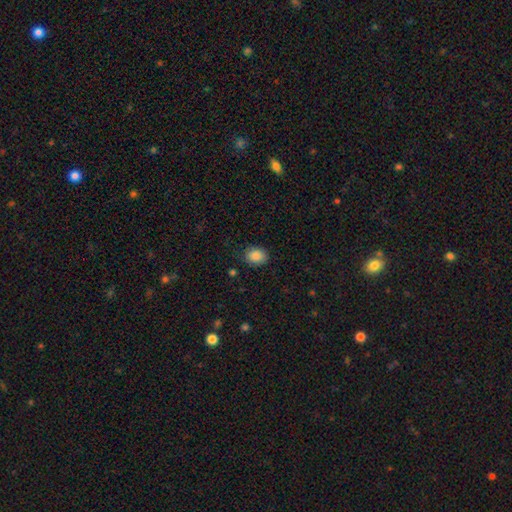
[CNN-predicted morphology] Smooth or featured? Predicted: smooth (p=0.87). How rounded? Predicted: in between (p=0.57). Merging? Predicted: none (p=0.83).